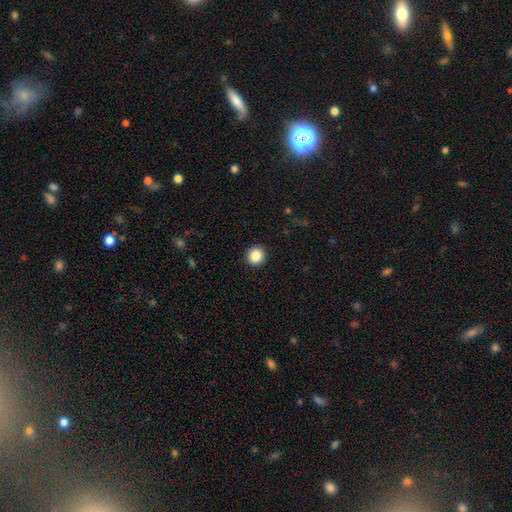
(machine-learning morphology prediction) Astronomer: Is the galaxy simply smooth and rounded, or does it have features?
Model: smooth — 86%.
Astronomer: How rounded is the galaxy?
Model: round — 94%.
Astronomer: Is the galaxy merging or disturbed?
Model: none — 93%.